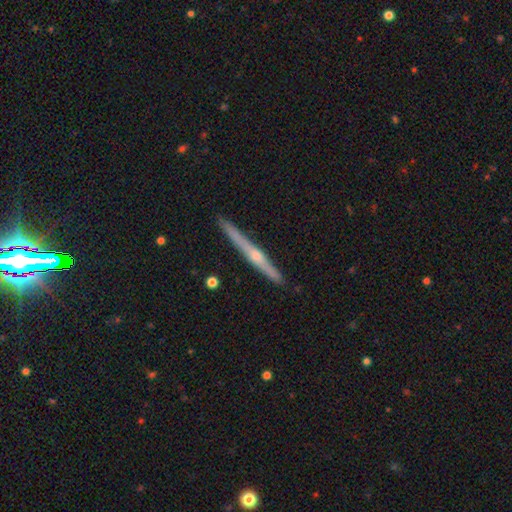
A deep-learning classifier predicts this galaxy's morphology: Smooth or featured?
  - featured or disk: 77% *
  - smooth: 17%
  - star or artifact: 6%
Edge-on disk?
  - yes: 98% *
  - no: 2%
Edge-on bulge?
  - rounded: 78% *
  - none: 18%
  - boxy: 4%
Merging?
  - none: 91% *
  - minor disturbance: 7%
  - major disturbance: 1%
  - merger: 1%